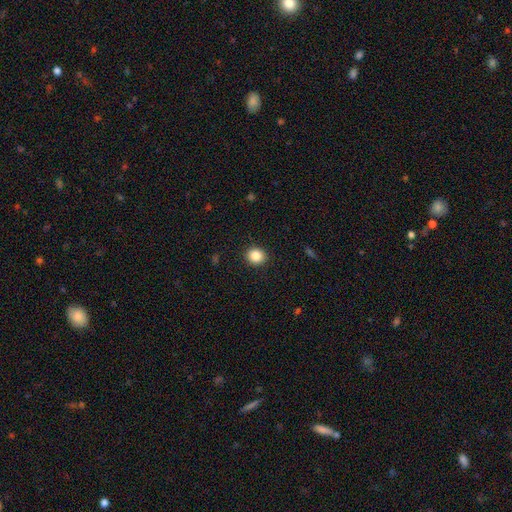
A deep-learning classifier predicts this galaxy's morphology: Smooth or featured?
  - smooth: 86% *
  - star or artifact: 10%
  - featured or disk: 4%
How rounded?
  - round: 79% *
  - in between: 20%
  - cigar-shaped: 1%
Merging?
  - none: 91% *
  - minor disturbance: 6%
  - major disturbance: 2%
  - merger: 1%